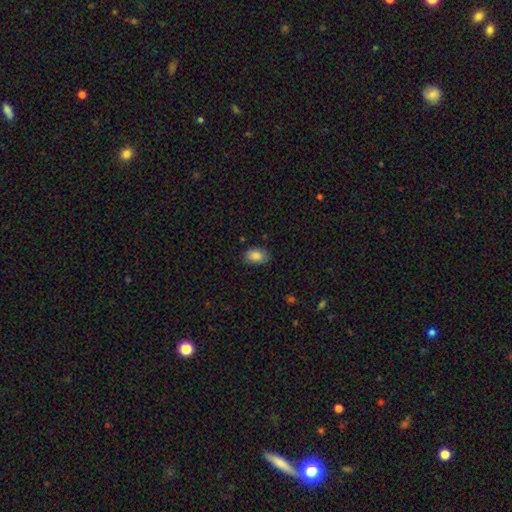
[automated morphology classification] The model was most divided on "merging": none: 81%, minor disturbance: 15%, major disturbance: 3%, merger: 1%. More confident: smooth or featured — smooth (87%); how rounded — in between (84%).